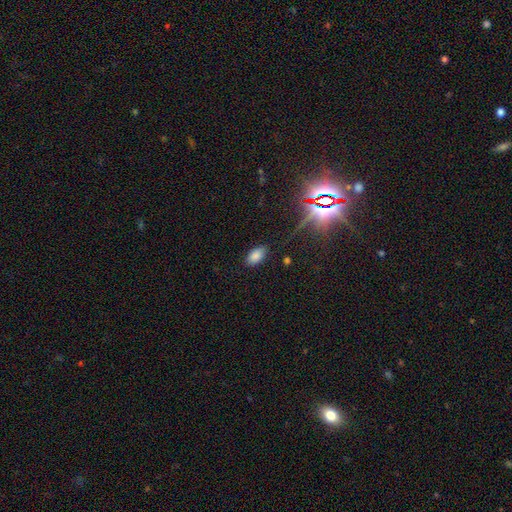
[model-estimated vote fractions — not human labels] Smooth or featured: smooth — 82% (star or artifact — 13%)
How rounded: in between — 93% (round — 4%)
Merging: none — 84% (minor disturbance — 12%)